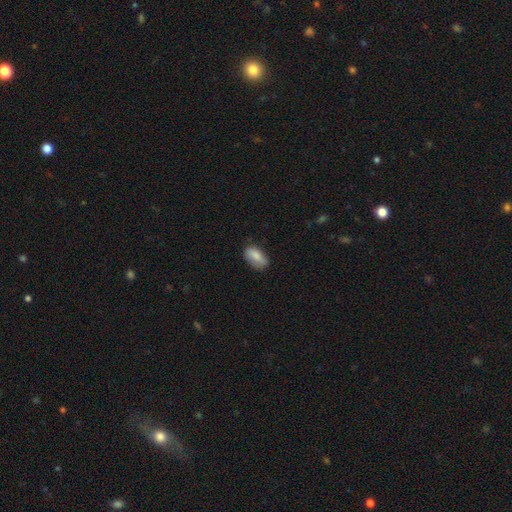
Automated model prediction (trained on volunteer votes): Q: Smooth or featured?
A: smooth (82%); runner-up: featured or disk (11%)
Q: How rounded?
A: in between (90%); runner-up: cigar-shaped (5%)
Q: Merging?
A: none (69%); runner-up: minor disturbance (24%)